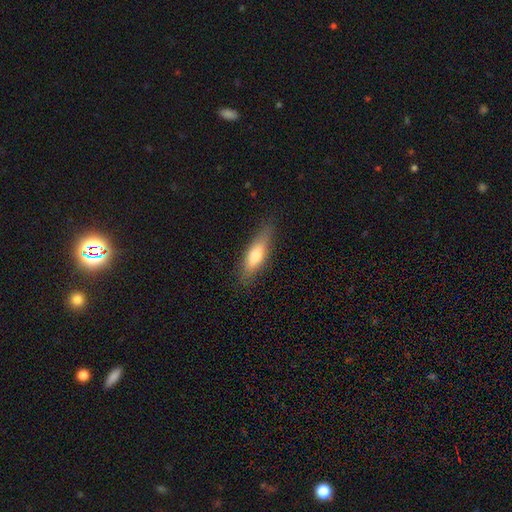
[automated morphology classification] smooth-or-featured: smooth: 65% | featured or disk: 28% | star or artifact: 6%
  how-rounded: cigar-shaped: 51% | in between: 46% | round: 3%
  merging: none: 82% | minor disturbance: 14% | major disturbance: 3% | merger: 1%